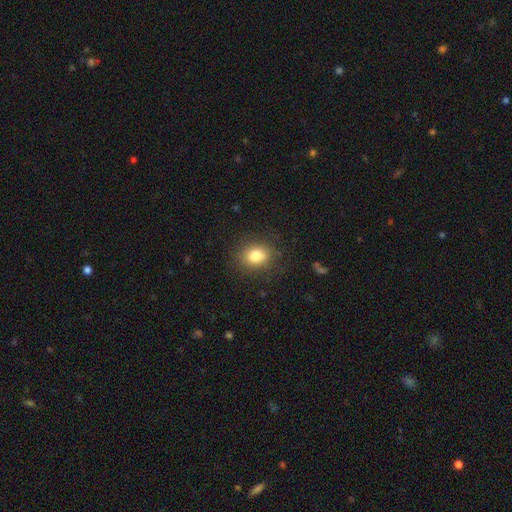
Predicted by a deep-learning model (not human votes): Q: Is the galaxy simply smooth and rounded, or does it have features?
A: smooth — 81%.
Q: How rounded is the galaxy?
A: round — 55%.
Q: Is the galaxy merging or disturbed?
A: none — 84%.